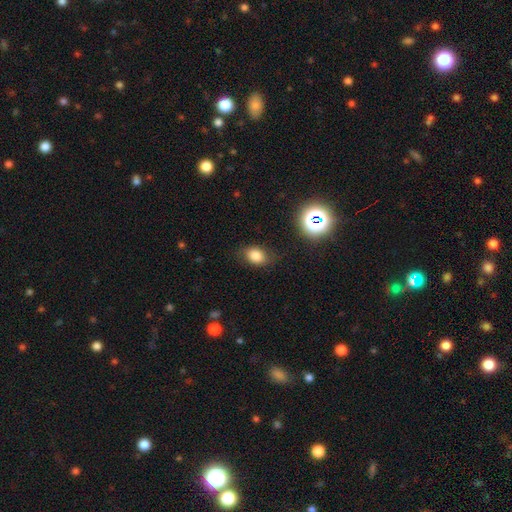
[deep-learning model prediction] smooth_or_featured: smooth (p=0.79) [alt: star or artifact p=0.14]
how_rounded: in between (p=0.68) [alt: round p=0.31]
merging: none (p=0.76) [alt: minor disturbance p=0.17]